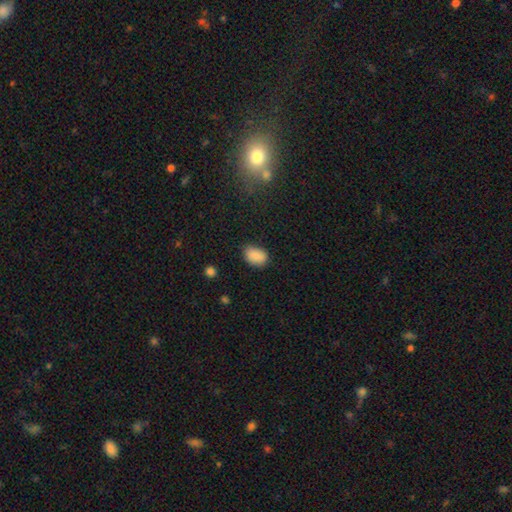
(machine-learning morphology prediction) smooth 88%, star or artifact 8%, featured or disk 4%. Down the decision tree: how rounded — in between (82%); merging — none (76%).